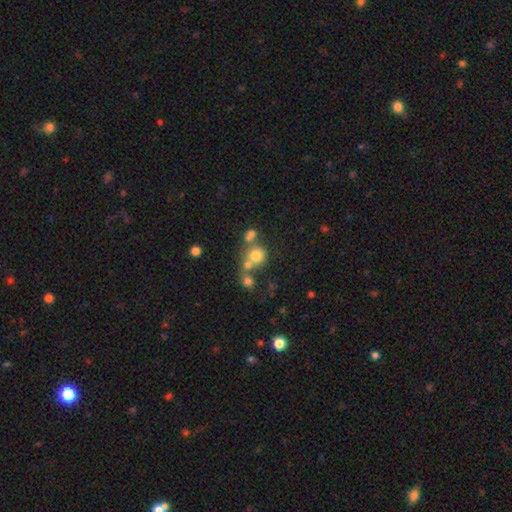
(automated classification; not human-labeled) Smooth or featured? smooth (71%)
How rounded? round (86%)
Merging? none (49%)